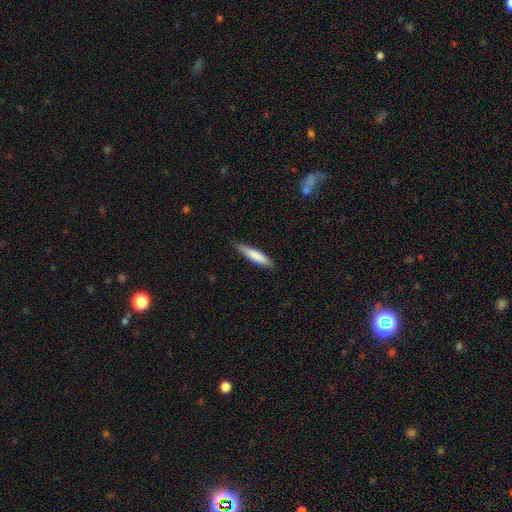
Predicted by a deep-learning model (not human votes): smooth-or-featured: smooth: 78% | featured or disk: 16% | star or artifact: 5%
  how-rounded: cigar-shaped: 85% | in between: 14% | round: 1%
  merging: none: 86% | minor disturbance: 11% | major disturbance: 2% | merger: 1%